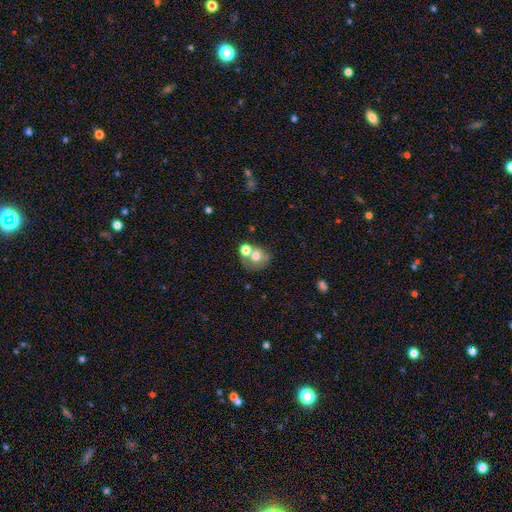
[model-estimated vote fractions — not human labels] Smooth or featured: smooth — 67% (featured or disk — 21%)
How rounded: round — 71% (in between — 28%)
Merging: merger — 44% (none — 41%)